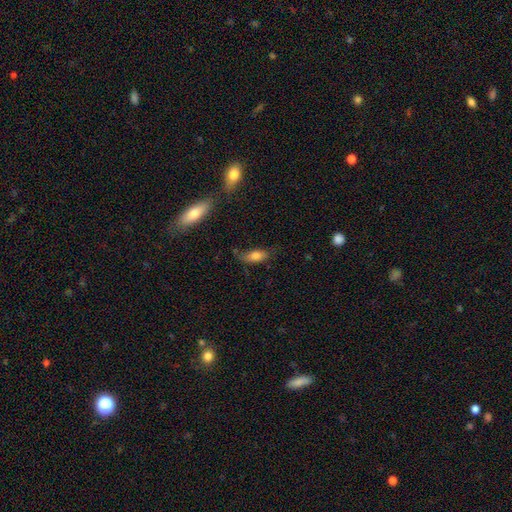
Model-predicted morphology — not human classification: Smooth or featured? smooth (76%)
How rounded? in between (78%)
Merging? none (62%)